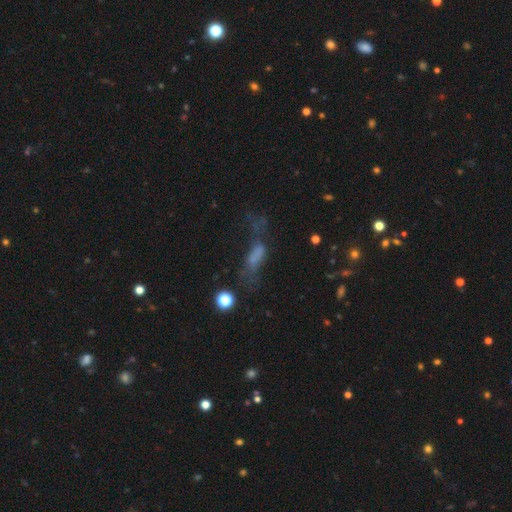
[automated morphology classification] Smooth or featured? smooth (48%)
Merging? major disturbance (41%)